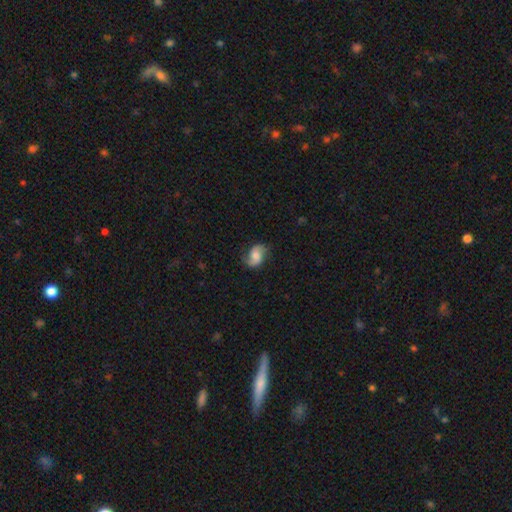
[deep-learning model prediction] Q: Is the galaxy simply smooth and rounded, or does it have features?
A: featured or disk — 57%.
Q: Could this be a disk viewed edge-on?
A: no — 97%.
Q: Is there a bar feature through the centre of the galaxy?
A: no — 58%.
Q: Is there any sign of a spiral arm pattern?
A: yes — 91%.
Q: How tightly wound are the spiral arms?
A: loose — 48%.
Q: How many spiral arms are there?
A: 2 — 86%.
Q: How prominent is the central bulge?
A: moderate — 46%.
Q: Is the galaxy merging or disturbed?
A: none — 71%.